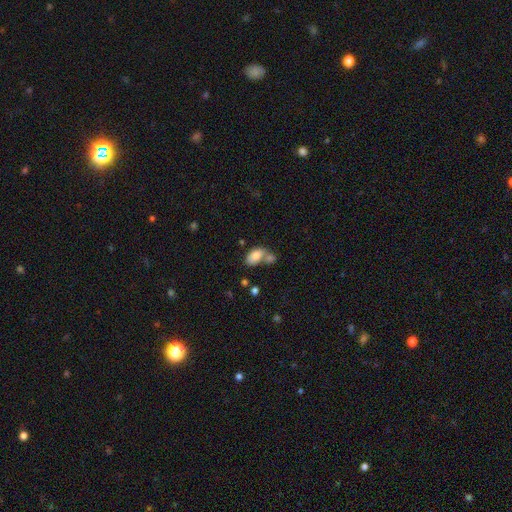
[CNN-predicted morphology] A smooth galaxy with no disk features (81%) that is in between round and cigar-shaped (92%). Merging: merger (43%).